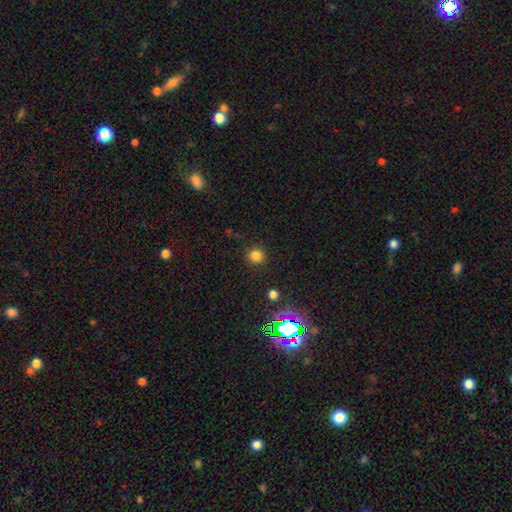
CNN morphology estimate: The model was most divided on "smooth or featured": smooth: 80%, star or artifact: 15%, featured or disk: 4%. More confident: how rounded — round (90%); merging — none (89%).